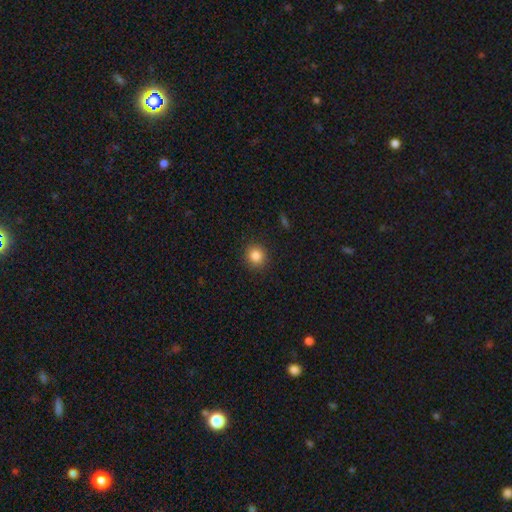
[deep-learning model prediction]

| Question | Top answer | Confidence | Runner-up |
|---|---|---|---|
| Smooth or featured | smooth | 85% | star or artifact (10%) |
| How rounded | round | 89% | in between (10%) |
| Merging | none | 90% | minor disturbance (7%) |